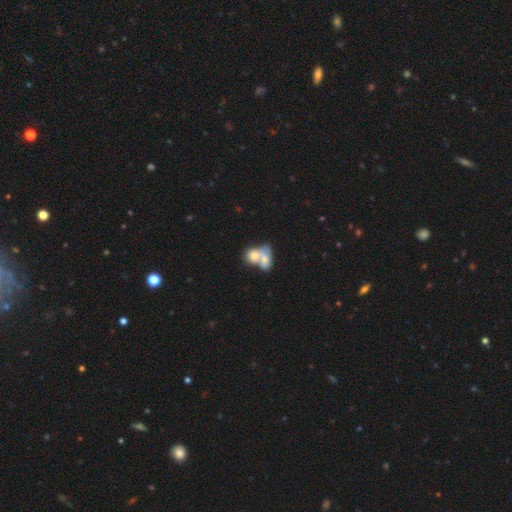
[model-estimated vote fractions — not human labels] A smooth galaxy with no disk features (70%) that is in between round and cigar-shaped (58%). Merging: merger (75%).